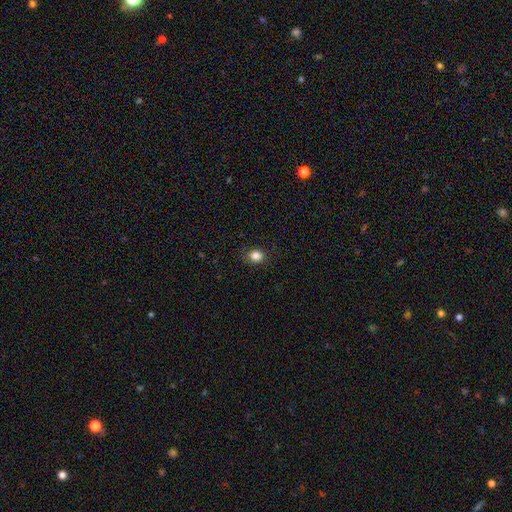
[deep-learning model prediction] Smooth or featured?
  - smooth: 85% *
  - star or artifact: 11%
  - featured or disk: 4%
How rounded?
  - round: 62% *
  - in between: 37%
  - cigar-shaped: 1%
Merging?
  - none: 83% *
  - minor disturbance: 13%
  - major disturbance: 3%
  - merger: 1%